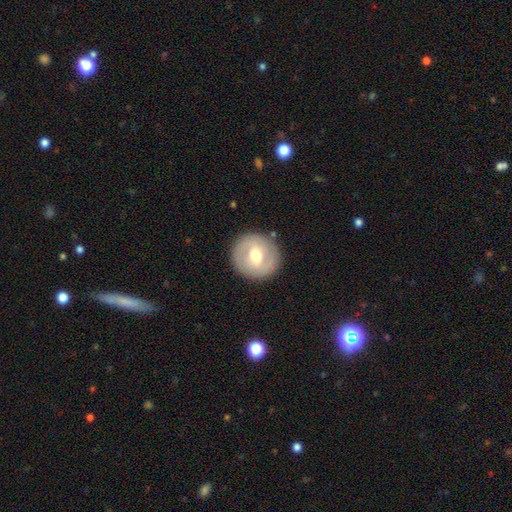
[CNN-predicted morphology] Q: Smooth or featured?
A: smooth (51%); runner-up: featured or disk (42%)
Q: How rounded?
A: round (93%); runner-up: in between (6%)
Q: Merging?
A: none (88%); runner-up: minor disturbance (8%)